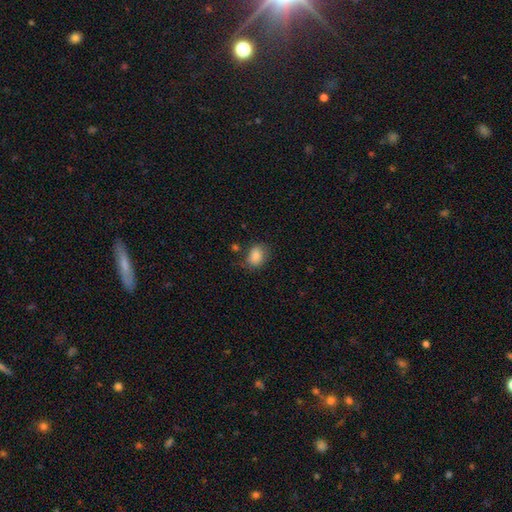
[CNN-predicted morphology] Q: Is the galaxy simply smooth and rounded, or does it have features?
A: smooth — 84%.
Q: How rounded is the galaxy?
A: in between — 57%.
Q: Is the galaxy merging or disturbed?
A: none — 70%.